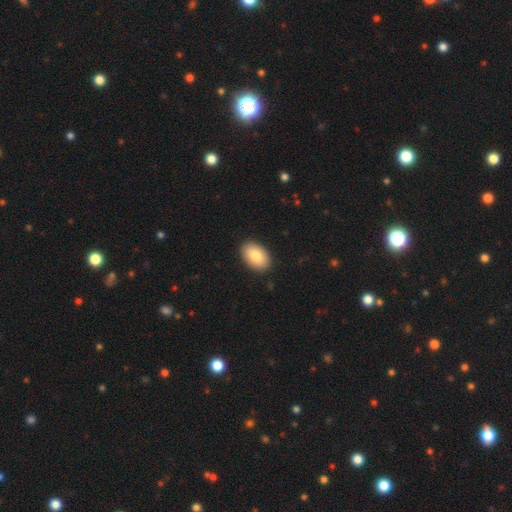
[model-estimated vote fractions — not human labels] smooth_or_featured: smooth (p=0.84) [alt: featured or disk p=0.10]
how_rounded: in between (p=0.90) [alt: round p=0.09]
merging: none (p=0.90) [alt: minor disturbance p=0.08]